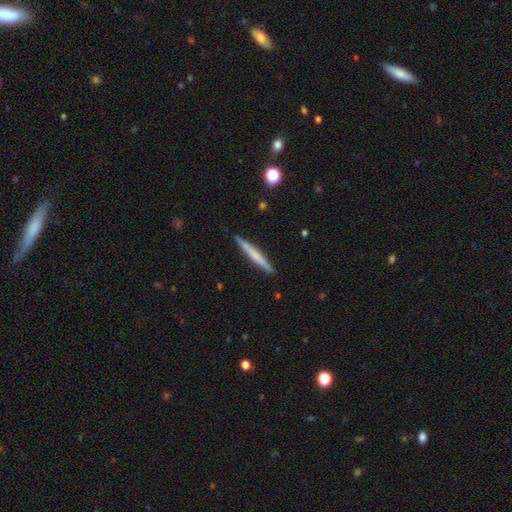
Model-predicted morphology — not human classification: This is possibly a smooth galaxy (57%). How rounded: clearly cigar-shaped (96%). Merging: clearly none (89%).